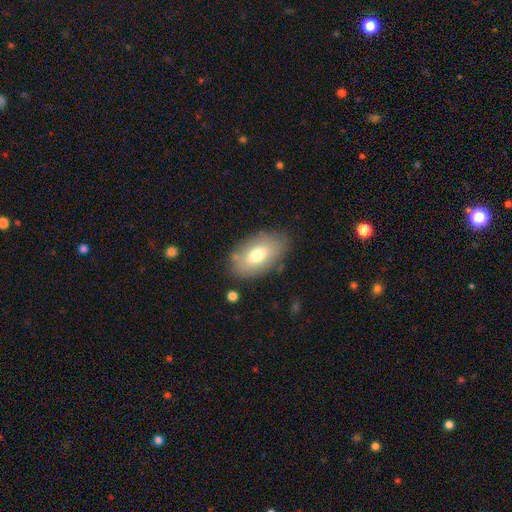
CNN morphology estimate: smooth 65%, featured or disk 25%, star or artifact 10%. Down the decision tree: how rounded — in between (92%); merging — none (81%).